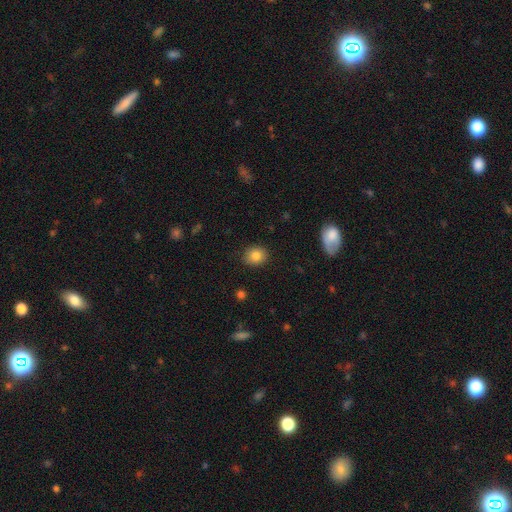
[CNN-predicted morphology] Smooth or featured?
  - smooth: 83% *
  - star or artifact: 10%
  - featured or disk: 7%
How rounded?
  - round: 67% *
  - in between: 32%
  - cigar-shaped: 1%
Merging?
  - none: 87% *
  - minor disturbance: 10%
  - major disturbance: 2%
  - merger: 1%